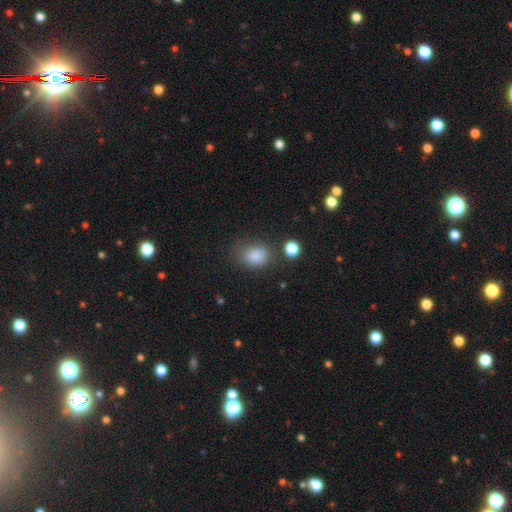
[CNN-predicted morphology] Q: Smooth or featured?
A: smooth (83%); runner-up: star or artifact (11%)
Q: How rounded?
A: in between (64%); runner-up: round (35%)
Q: Merging?
A: none (60%); runner-up: minor disturbance (24%)